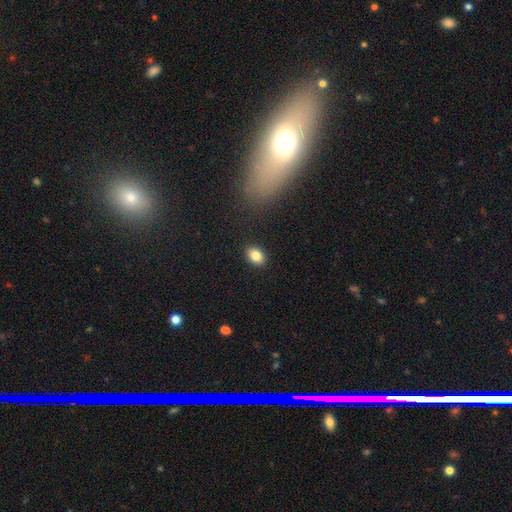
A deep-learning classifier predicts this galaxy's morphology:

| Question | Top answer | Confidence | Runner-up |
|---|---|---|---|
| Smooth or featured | smooth | 83% | star or artifact (8%) |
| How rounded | in between | 81% | round (17%) |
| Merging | none | 90% | minor disturbance (7%) |